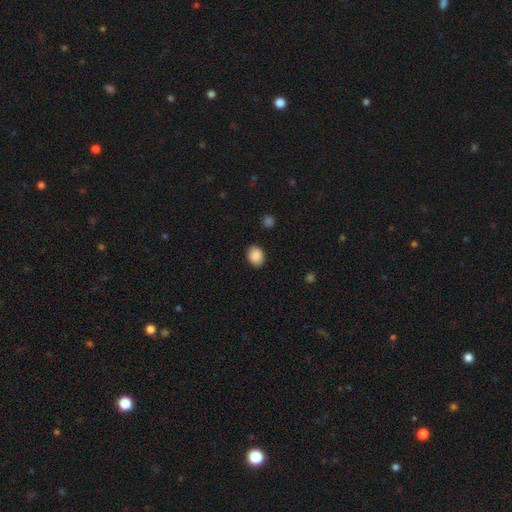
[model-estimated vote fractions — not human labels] Smooth or featured: smooth — 88% (star or artifact — 8%)
How rounded: in between — 61% (round — 38%)
Merging: none — 86% (minor disturbance — 10%)